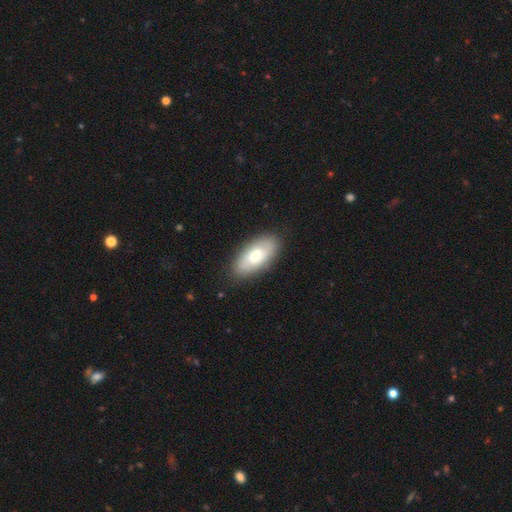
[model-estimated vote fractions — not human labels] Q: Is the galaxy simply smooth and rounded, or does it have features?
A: smooth — 62%.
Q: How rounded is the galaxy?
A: in between — 91%.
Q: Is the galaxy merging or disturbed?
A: none — 84%.